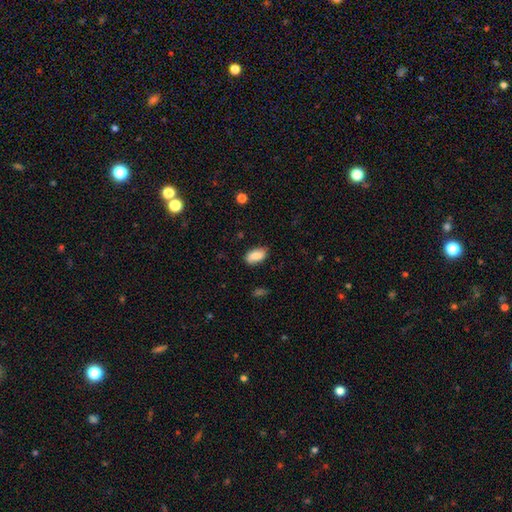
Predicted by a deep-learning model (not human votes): Smooth or featured: smooth — 83% (featured or disk — 10%)
How rounded: in between — 92% (round — 4%)
Merging: none — 79% (minor disturbance — 16%)